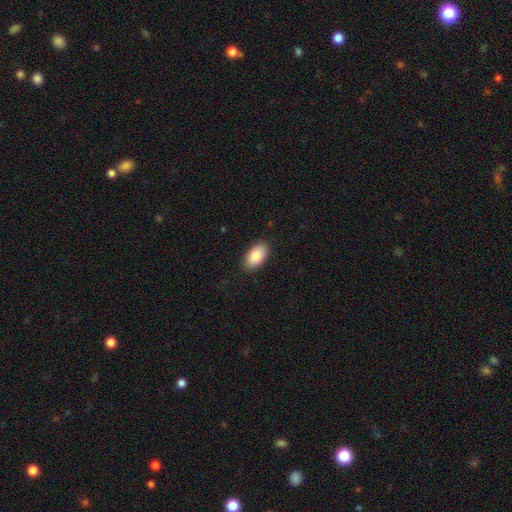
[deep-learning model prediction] Q: Smooth or featured?
A: smooth (86%); runner-up: featured or disk (7%)
Q: How rounded?
A: in between (95%); runner-up: round (3%)
Q: Merging?
A: none (88%); runner-up: minor disturbance (9%)